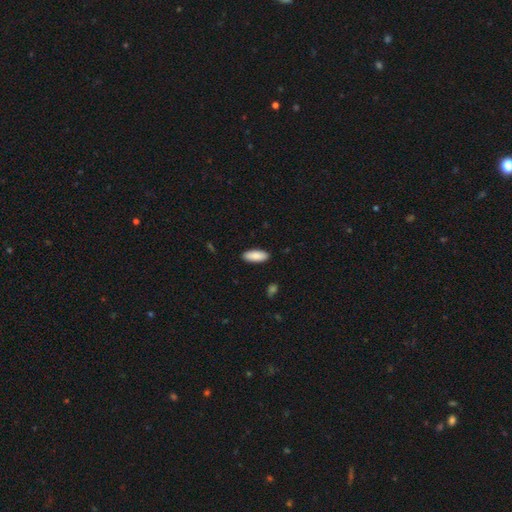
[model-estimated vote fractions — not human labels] This is clearly a smooth galaxy (89%). How rounded: likely in between (80%). Merging: clearly none (90%).